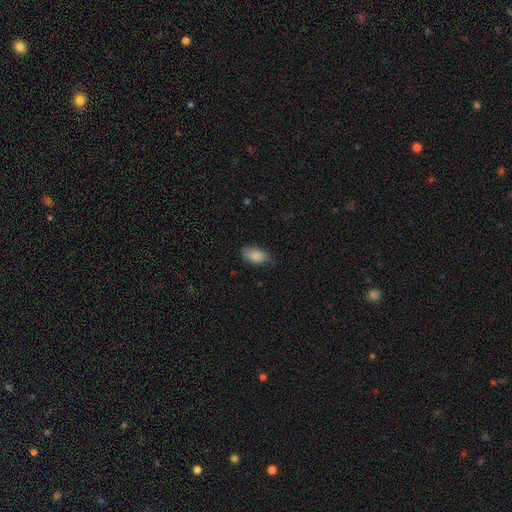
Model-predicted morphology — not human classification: smooth 87%, star or artifact 7%, featured or disk 6%. Down the decision tree: how rounded — in between (93%); merging — none (69%).